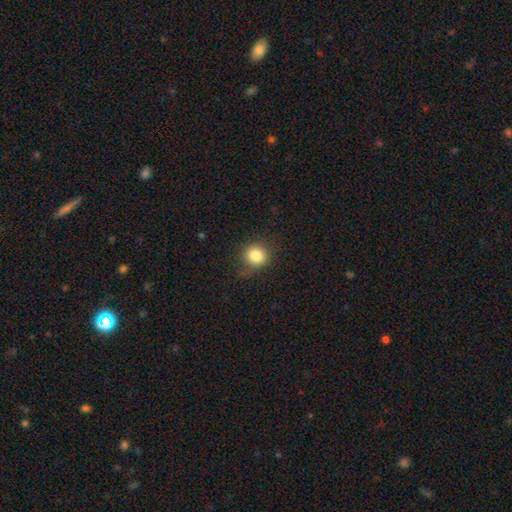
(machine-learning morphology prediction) A smooth galaxy with no disk features (83%) that is round (81%). Merging: none (73%).